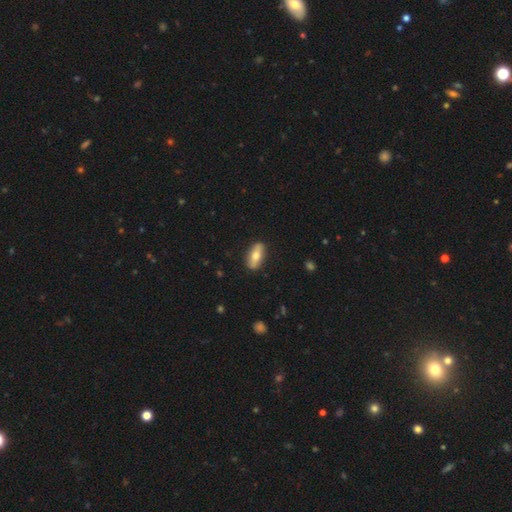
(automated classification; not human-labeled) A smooth galaxy with no disk features (63%) that is in between round and cigar-shaped (76%). Merging: none (87%).